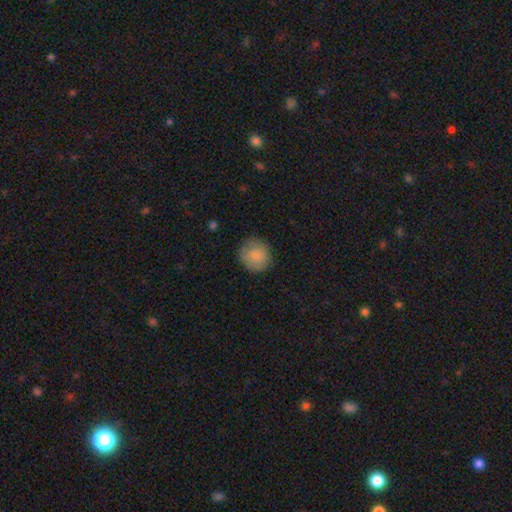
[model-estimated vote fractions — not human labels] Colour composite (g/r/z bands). It shows a smooth galaxy with no disk features (84%) that is round (90%). Merging: none (82%).